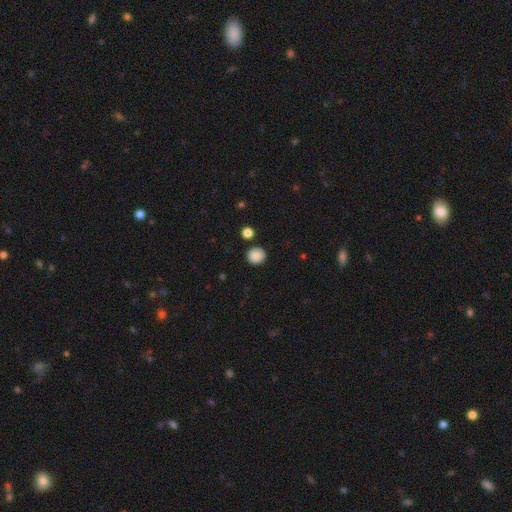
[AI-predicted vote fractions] This appears to be a smooth galaxy with no disk features (87%) that is round (92%). Merging: none (89%).